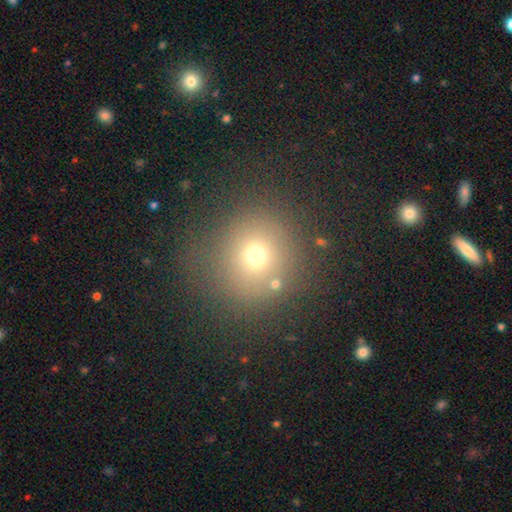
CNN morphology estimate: Q: Smooth or featured?
A: smooth (67%); runner-up: star or artifact (22%)
Q: How rounded?
A: round (91%); runner-up: in between (8%)
Q: Merging?
A: none (80%); runner-up: minor disturbance (10%)